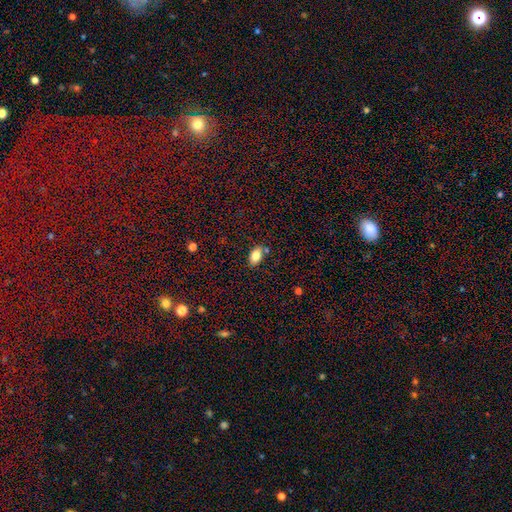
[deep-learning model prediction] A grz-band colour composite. It shows a smooth galaxy with no disk features (82%) that is in between round and cigar-shaped (89%). Merging: none (81%).